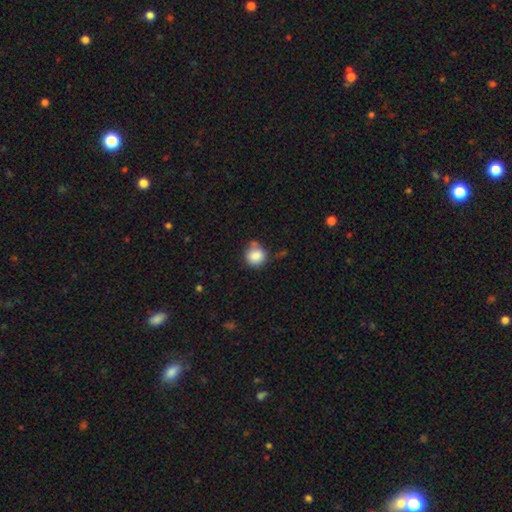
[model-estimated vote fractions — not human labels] Smooth or featured: smooth — 85% (star or artifact — 9%)
How rounded: round — 87% (in between — 12%)
Merging: none — 59% (minor disturbance — 23%)